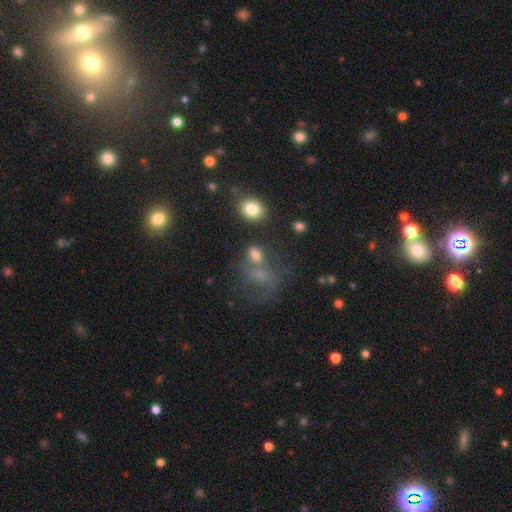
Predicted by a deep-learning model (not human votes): Smooth or featured?
  - smooth: 59% *
  - featured or disk: 21%
  - star or artifact: 19%
How rounded?
  - in between: 60% *
  - round: 38%
  - cigar-shaped: 2%
Merging?
  - none: 40% *
  - merger: 25%
  - major disturbance: 18%
  - minor disturbance: 16%